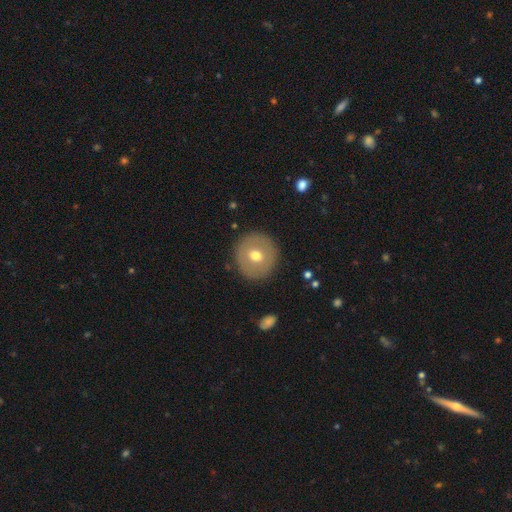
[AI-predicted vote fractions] Smooth or featured? smooth (60%)
How rounded? round (93%)
Merging? none (89%)